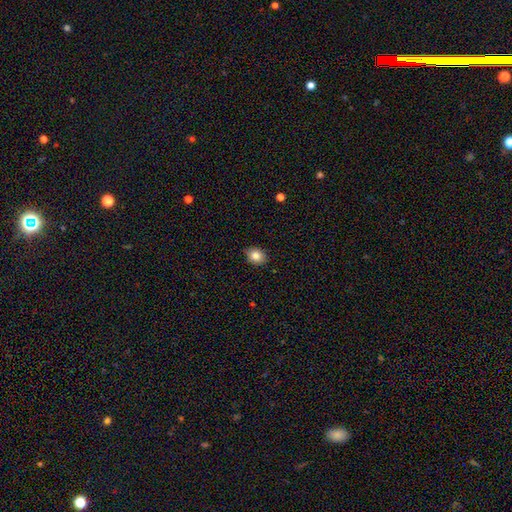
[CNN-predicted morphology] This is clearly a smooth galaxy (82%). How rounded: possibly round (51%). Merging: clearly none (86%).